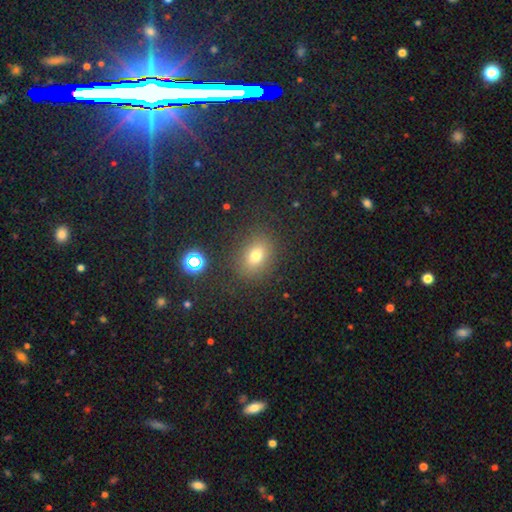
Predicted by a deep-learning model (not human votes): This appears to be a smooth galaxy with no disk features (70%) that is in between round and cigar-shaped (59%). Merging: none (83%).